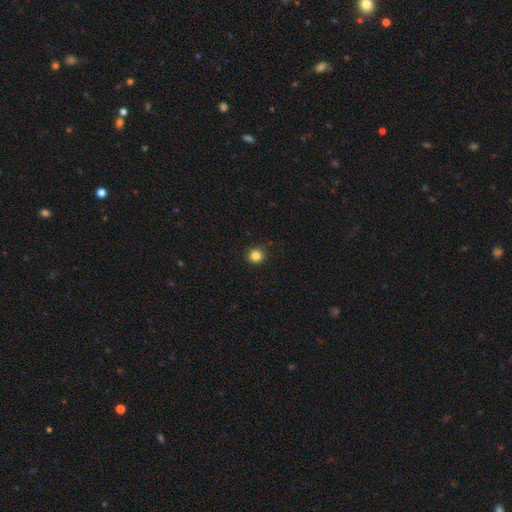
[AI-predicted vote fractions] Overall: smooth (84%). How rounded: round (93%). Merging: none (91%).